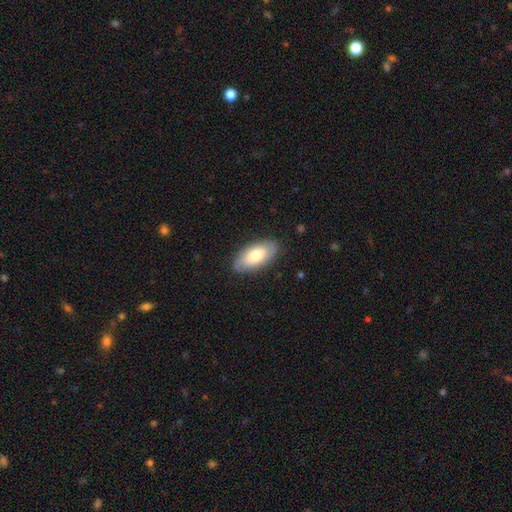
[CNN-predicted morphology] This is likely a smooth galaxy (73%). How rounded: clearly in between (92%). Merging: clearly none (85%).